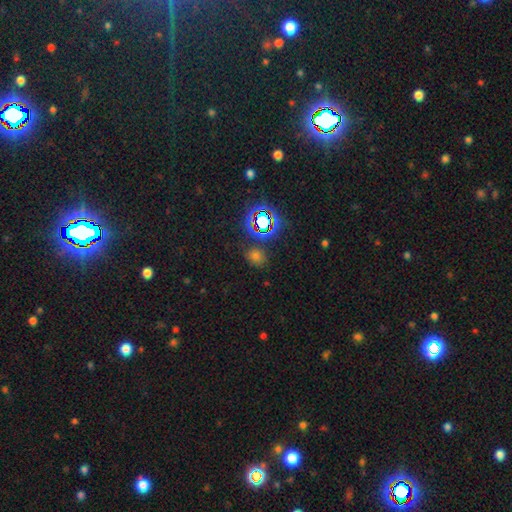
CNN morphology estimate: Overall: smooth (52%; star or artifact 40%). How rounded: round (66%; in between 33%). Merging: none (80%).